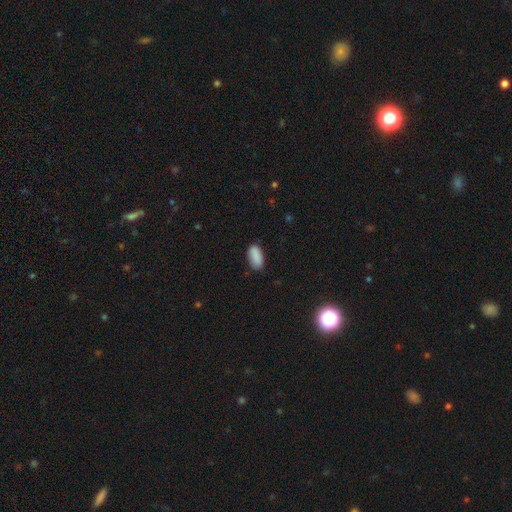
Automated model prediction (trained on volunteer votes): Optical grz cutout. It shows a smooth galaxy with no disk features (89%) that is in between round and cigar-shaped (92%). Merging: none (83%).